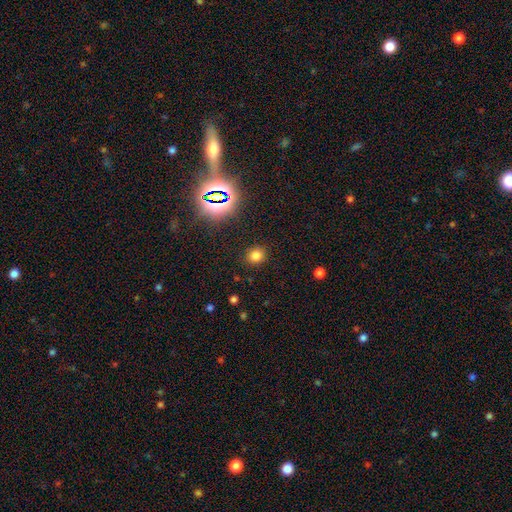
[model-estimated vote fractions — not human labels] This is likely a smooth galaxy (75%). How rounded: likely round (78%). Merging: clearly none (88%).